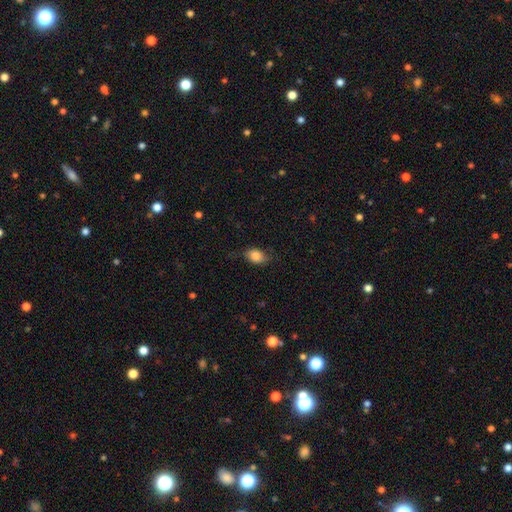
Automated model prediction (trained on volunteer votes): Morphology: type=smooth (81%); roundness=in between (77%); merging=none (65%).